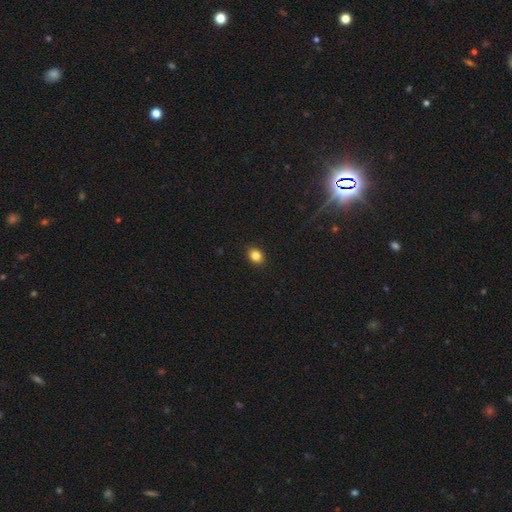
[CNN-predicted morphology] This appears to be a smooth galaxy with no disk features (85%) that is round (53%). Merging: none (90%).